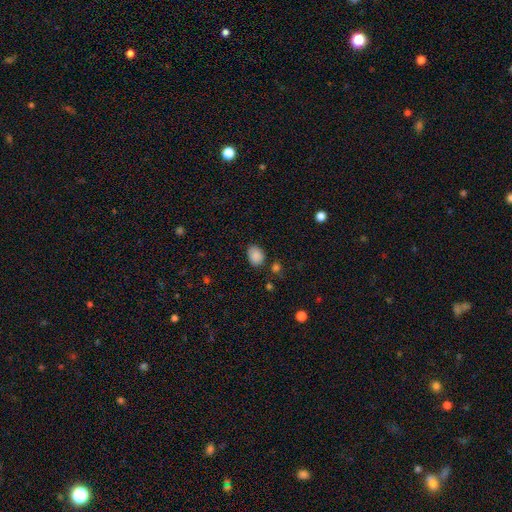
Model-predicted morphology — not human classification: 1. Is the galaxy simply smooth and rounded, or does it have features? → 87% smooth, 9% star or artifact, 4% featured or disk.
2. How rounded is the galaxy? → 67% in between, 32% round, 1% cigar-shaped.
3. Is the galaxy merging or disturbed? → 76% none, 17% minor disturbance, 4% major disturbance, 3% merger.